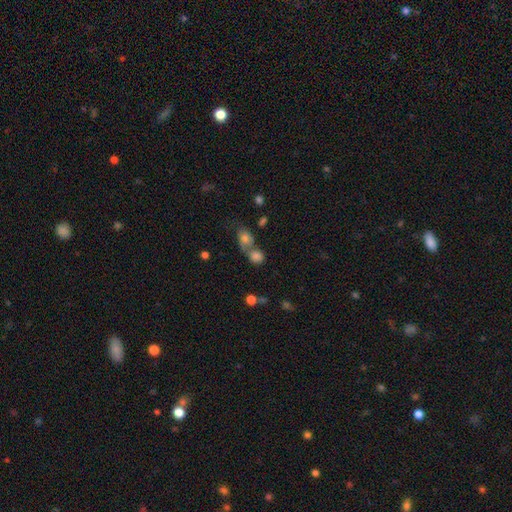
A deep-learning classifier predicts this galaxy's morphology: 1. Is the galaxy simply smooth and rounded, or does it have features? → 78% smooth, 12% star or artifact, 10% featured or disk.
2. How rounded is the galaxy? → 65% round, 34% in between, 2% cigar-shaped.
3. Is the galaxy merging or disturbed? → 55% merger, 33% none, 8% minor disturbance, 4% major disturbance.